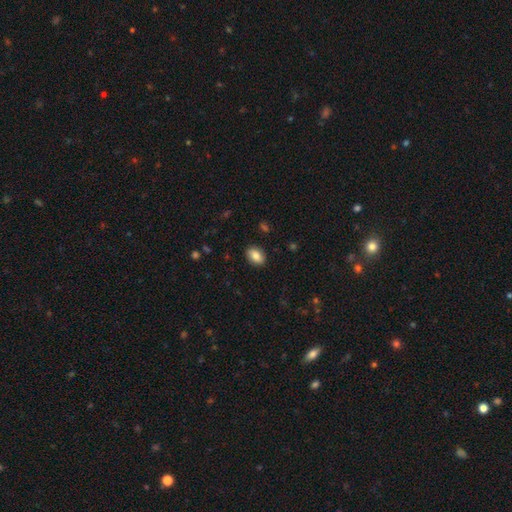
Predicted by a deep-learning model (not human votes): The model was most divided on "how rounded": in between: 82%, round: 16%, cigar-shaped: 1%. More confident: merging — none (89%); smooth or featured — smooth (84%).